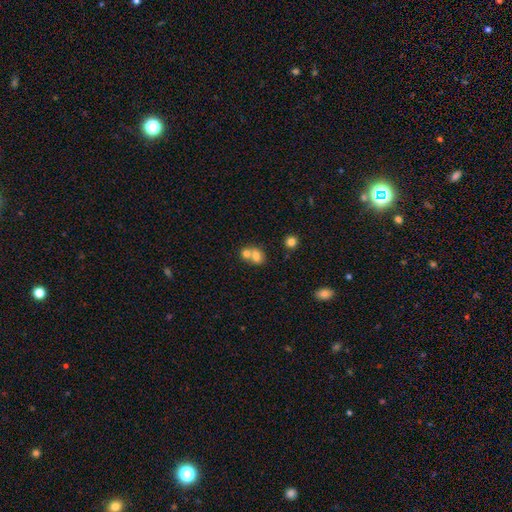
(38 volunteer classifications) smooth_or_featured: smooth (p=0.87) [alt: star or artifact p=0.08]
how_rounded: in between (p=0.61) [alt: round p=0.39]
merging: merger (p=0.66) [alt: none p=0.26]